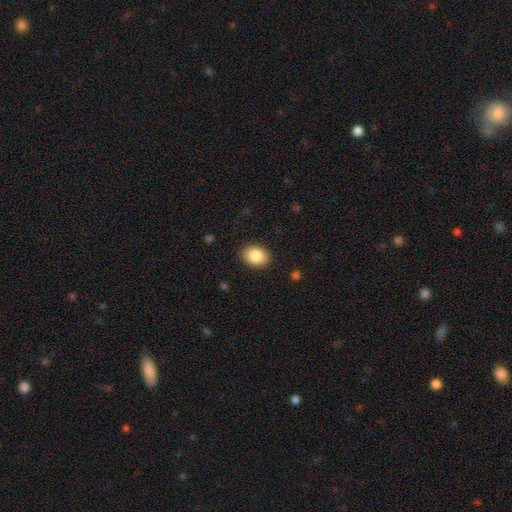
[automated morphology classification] A smooth galaxy with no disk features (85%) that is in between round and cigar-shaped (61%).

Vote fractions:
- Smooth or featured? smooth: 85% / star or artifact: 8% / featured or disk: 7%
- How rounded? in between: 61% / round: 38% / cigar-shaped: 1%
- Merging? none: 89% / minor disturbance: 8% / major disturbance: 2% / merger: 1%